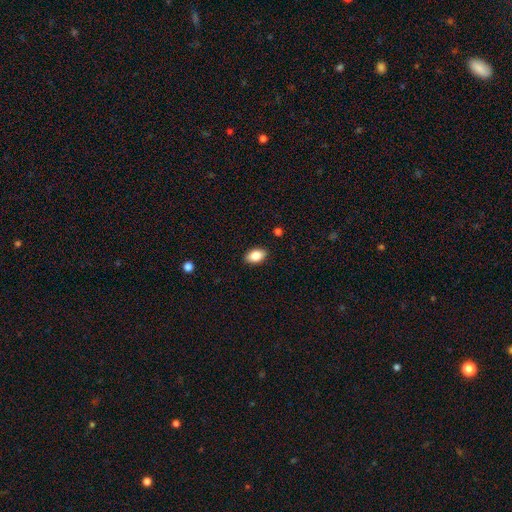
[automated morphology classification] A smooth galaxy with no disk features (85%) that is in between round and cigar-shaped (90%). Merging: none (89%).